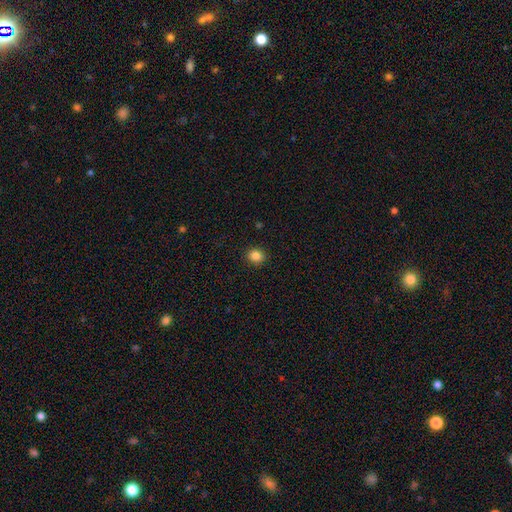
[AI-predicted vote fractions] Smooth or featured? smooth (85%)
How rounded? round (74%)
Merging? none (91%)